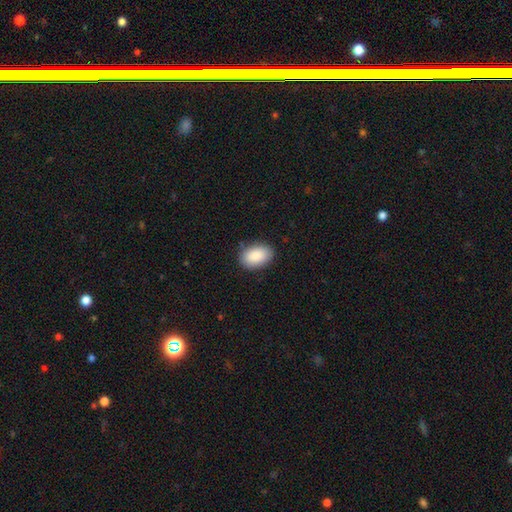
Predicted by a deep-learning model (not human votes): Smooth or featured? smooth (89%)
How rounded? in between (88%)
Merging? none (85%)